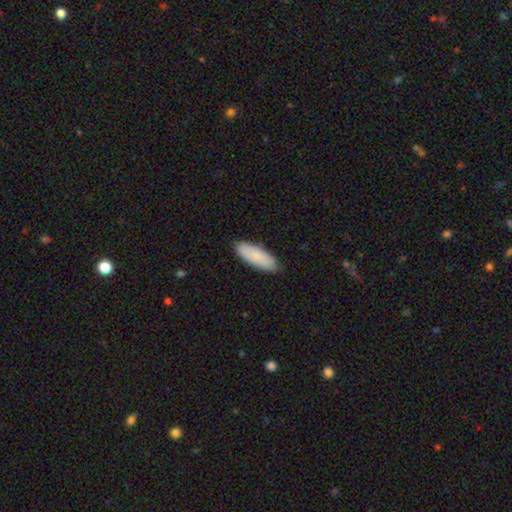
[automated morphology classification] A smooth galaxy with no disk features (84%) that is in between round and cigar-shaped (64%). Merging: none (87%).